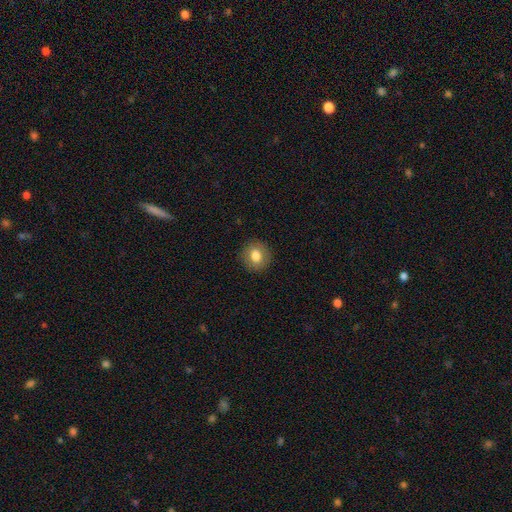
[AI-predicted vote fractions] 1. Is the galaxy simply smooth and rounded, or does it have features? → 80% smooth, 11% featured or disk, 9% star or artifact.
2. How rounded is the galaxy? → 81% round, 18% in between, 1% cigar-shaped.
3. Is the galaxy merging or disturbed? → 90% none, 7% minor disturbance, 2% major disturbance, 1% merger.